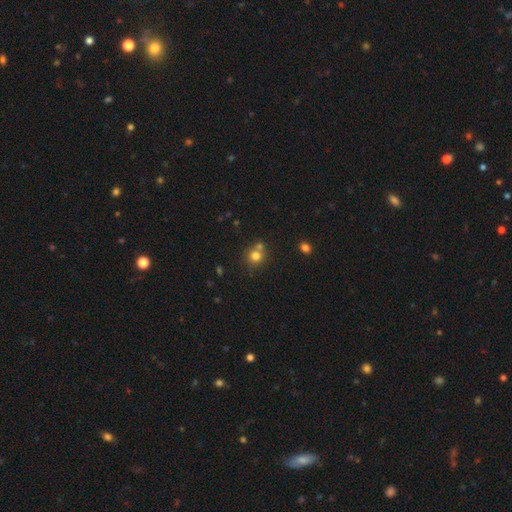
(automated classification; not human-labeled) Overall: smooth (77%). How rounded: round (88%). Merging: none (60%; merger 28%).